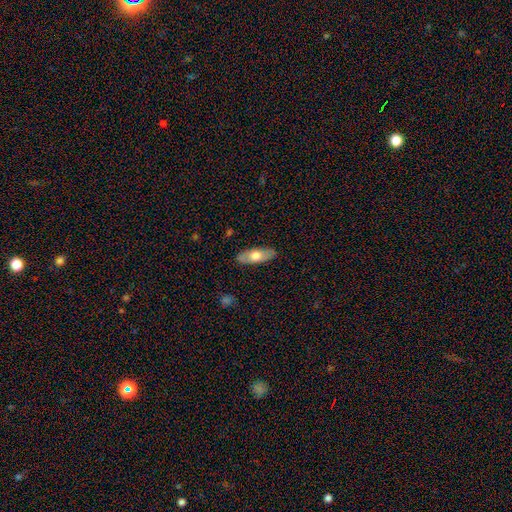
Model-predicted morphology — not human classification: Smooth or featured? Predicted: smooth (p=0.62). How rounded? Predicted: in between (p=0.68). Merging? Predicted: none (p=0.88).